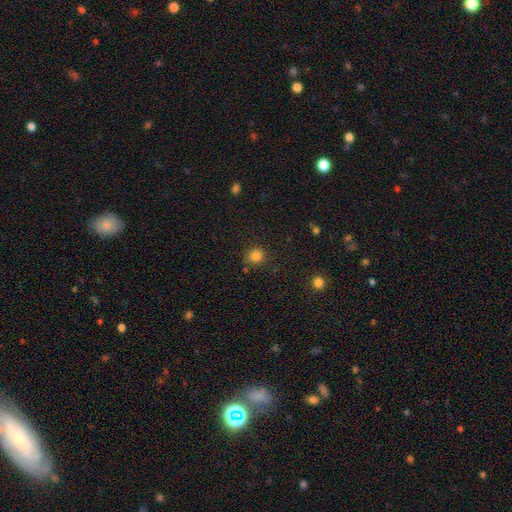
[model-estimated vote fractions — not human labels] Smooth or featured?
  - smooth: 83% *
  - star or artifact: 13%
  - featured or disk: 4%
How rounded?
  - round: 87% *
  - in between: 12%
  - cigar-shaped: 1%
Merging?
  - none: 80% *
  - minor disturbance: 11%
  - merger: 4%
  - major disturbance: 4%